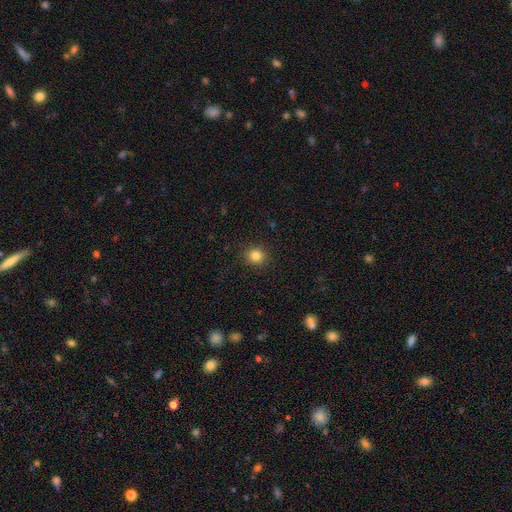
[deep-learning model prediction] Smooth or featured? smooth (84%)
How rounded? round (84%)
Merging? none (90%)